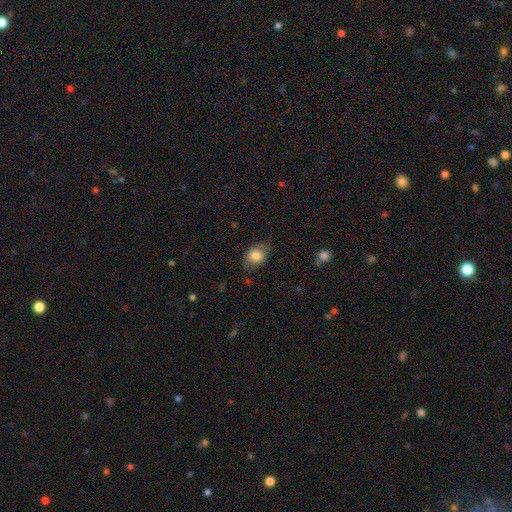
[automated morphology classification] smooth 81%, featured or disk 11%, star or artifact 8%. Down the decision tree: how rounded — in between (61%); merging — none (69%).